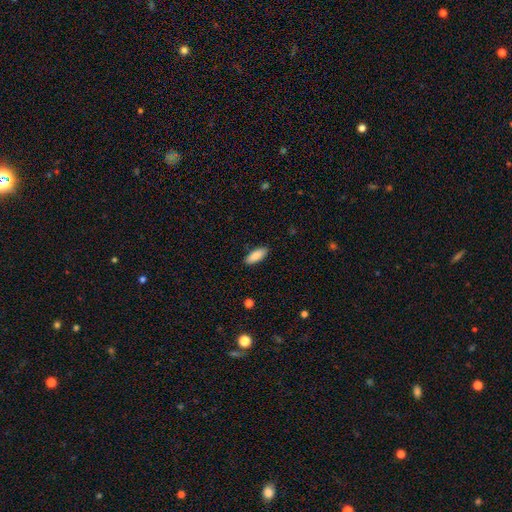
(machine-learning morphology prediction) smooth-or-featured: smooth: 86% | featured or disk: 8% | star or artifact: 6%
  how-rounded: in between: 79% | cigar-shaped: 20% | round: 2%
  merging: none: 87% | minor disturbance: 10% | major disturbance: 2% | merger: 1%